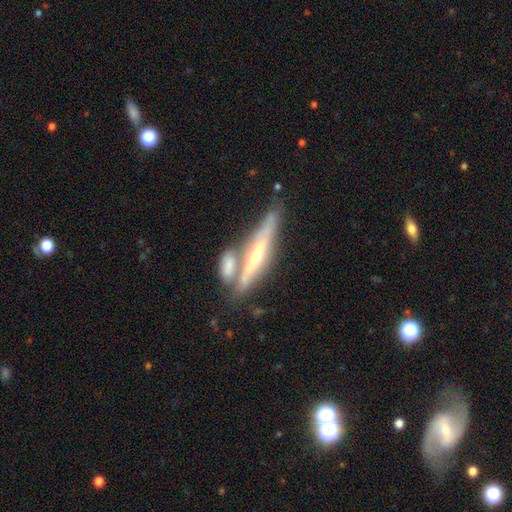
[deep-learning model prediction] smooth_or_featured: featured or disk (p=0.67) [alt: smooth p=0.27]
disk_edge_on: yes (p=0.88) [alt: no p=0.12]
edge_on_bulge: rounded (p=0.75) [alt: none p=0.18]
merging: none (p=0.50) [alt: merger p=0.33]